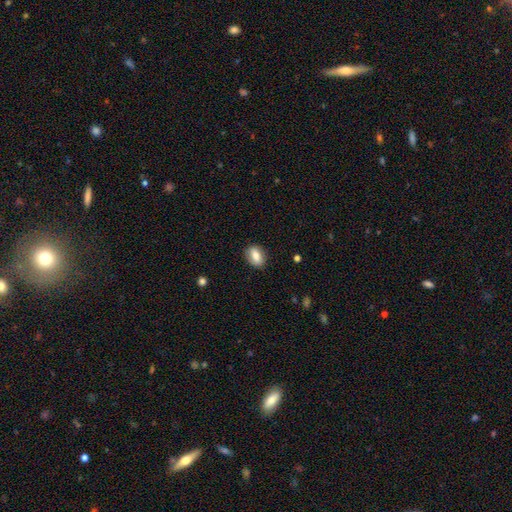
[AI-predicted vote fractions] smooth_or_featured: smooth (p=0.75) [alt: featured or disk p=0.18]
how_rounded: in between (p=0.74) [alt: round p=0.23]
merging: none (p=0.86) [alt: minor disturbance p=0.11]